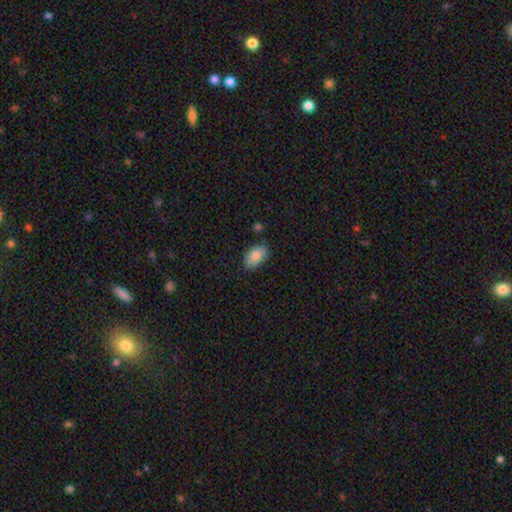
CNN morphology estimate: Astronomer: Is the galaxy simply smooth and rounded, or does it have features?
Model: smooth — 83%.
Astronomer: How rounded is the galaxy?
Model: in between — 90%.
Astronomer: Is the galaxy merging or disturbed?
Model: none — 75%.